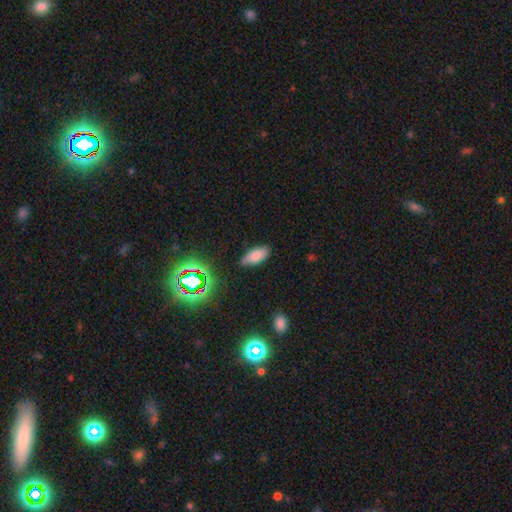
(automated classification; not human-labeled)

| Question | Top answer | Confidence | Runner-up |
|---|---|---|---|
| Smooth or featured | smooth | 77% | star or artifact (13%) |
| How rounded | in between | 87% | cigar-shaped (10%) |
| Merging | none | 80% | minor disturbance (16%) |